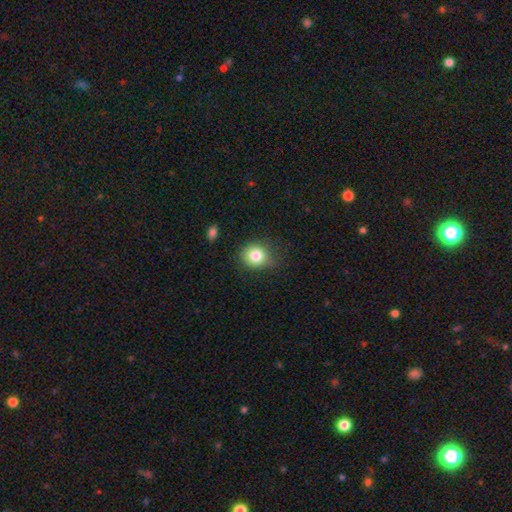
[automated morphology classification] Q: Smooth or featured?
A: smooth (82%); runner-up: star or artifact (11%)
Q: How rounded?
A: round (75%); runner-up: in between (25%)
Q: Merging?
A: none (72%); runner-up: minor disturbance (21%)